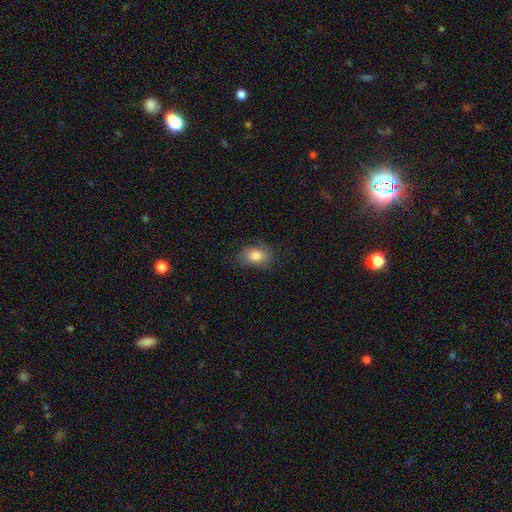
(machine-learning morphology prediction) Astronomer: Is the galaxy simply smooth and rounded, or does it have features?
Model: smooth — 79%.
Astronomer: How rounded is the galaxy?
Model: in between — 76%.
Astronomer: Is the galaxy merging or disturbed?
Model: none — 68%.